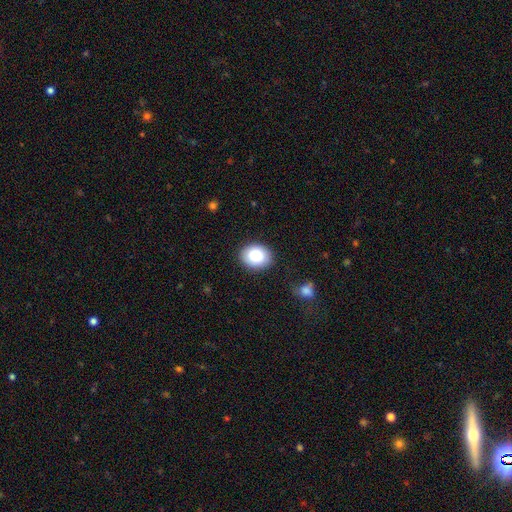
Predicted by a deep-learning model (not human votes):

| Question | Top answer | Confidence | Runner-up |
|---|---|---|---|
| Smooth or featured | smooth | 85% | star or artifact (7%) |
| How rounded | in between | 54% | round (45%) |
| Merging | none | 87% | minor disturbance (9%) |